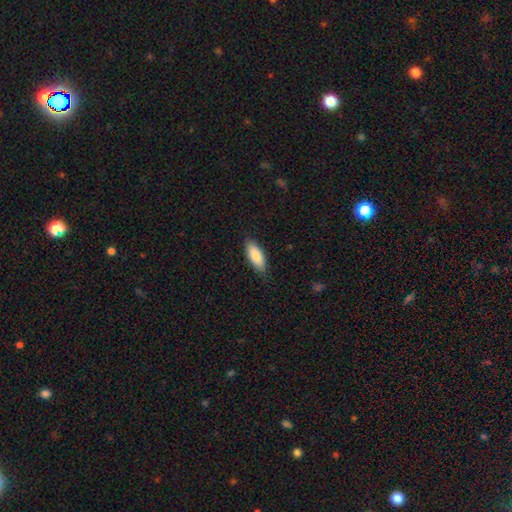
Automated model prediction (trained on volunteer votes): A smooth galaxy with no disk features (85%) that is in between round and cigar-shaped (75%).

Vote fractions:
- Smooth or featured? smooth: 85% / featured or disk: 9% / star or artifact: 6%
- How rounded? in between: 75% / cigar-shaped: 23% / round: 2%
- Merging? none: 85% / minor disturbance: 12% / major disturbance: 2% / merger: 1%